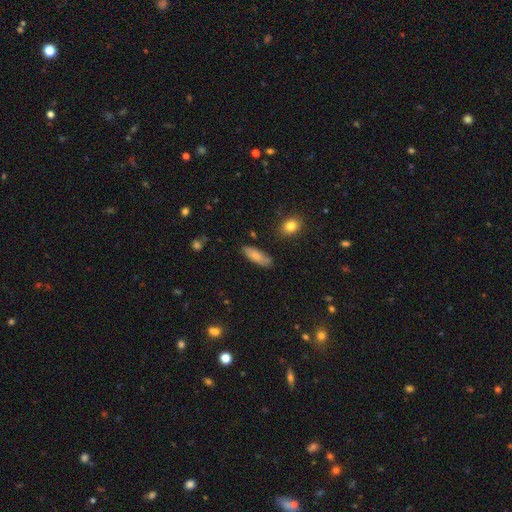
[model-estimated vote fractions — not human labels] Smooth or featured? smooth (79%)
How rounded? in between (64%)
Merging? none (77%)